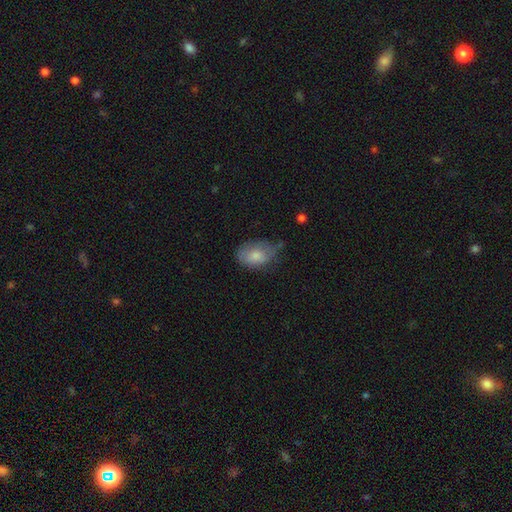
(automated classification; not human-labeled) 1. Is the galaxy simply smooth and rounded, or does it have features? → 76% smooth, 17% featured or disk, 7% star or artifact.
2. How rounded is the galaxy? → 85% in between, 14% round, 1% cigar-shaped.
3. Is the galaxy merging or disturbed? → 43% none, 41% minor disturbance, 14% major disturbance, 2% merger.